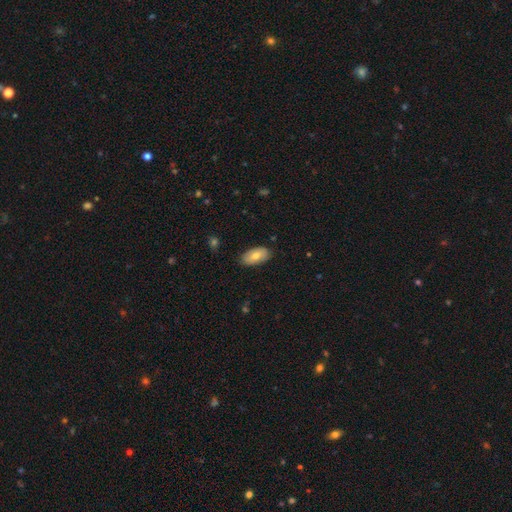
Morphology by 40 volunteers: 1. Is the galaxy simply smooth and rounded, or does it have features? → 75% smooth, 20% featured or disk, 5% star or artifact.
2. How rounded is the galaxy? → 97% in between, 3% round, 0% cigar-shaped.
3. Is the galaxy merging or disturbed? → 87% none, 13% minor disturbance, 0% major disturbance, 0% merger.